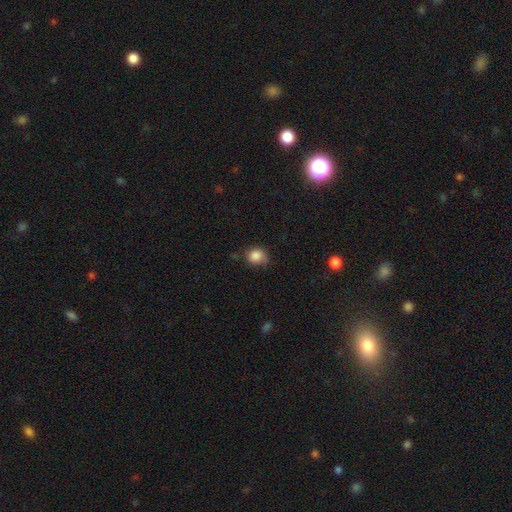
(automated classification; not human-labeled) Morphology: type=smooth (85%); roundness=round (70%); merging=none (63%).